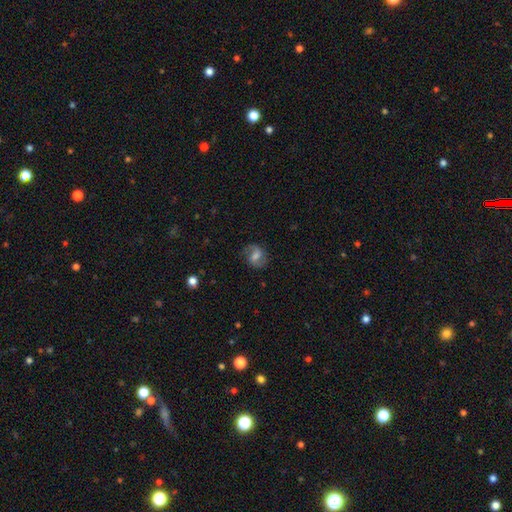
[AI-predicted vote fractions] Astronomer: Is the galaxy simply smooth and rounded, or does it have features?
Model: featured or disk — 56% (runner-up: smooth, 35%).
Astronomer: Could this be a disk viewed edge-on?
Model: no — 96%.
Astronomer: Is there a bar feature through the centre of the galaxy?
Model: weak — 47% (runner-up: strong, 32%).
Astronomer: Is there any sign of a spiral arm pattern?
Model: yes — 84%.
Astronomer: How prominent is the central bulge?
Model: moderate — 45% (runner-up: small, 30%).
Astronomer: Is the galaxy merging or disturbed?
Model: none — 77%.